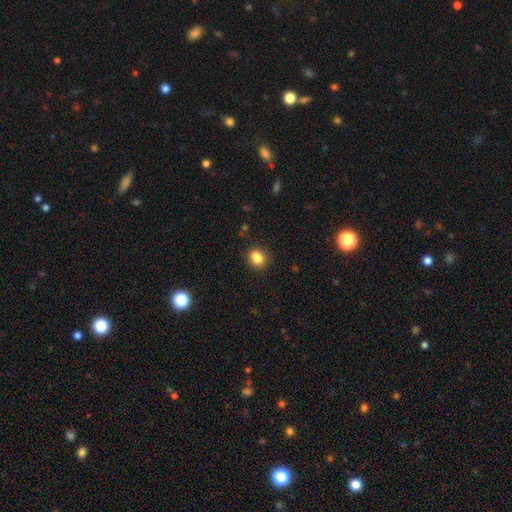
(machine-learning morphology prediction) Smooth or featured? Predicted: smooth (p=0.82). How rounded? Predicted: in between (p=0.55). Merging? Predicted: none (p=0.69).